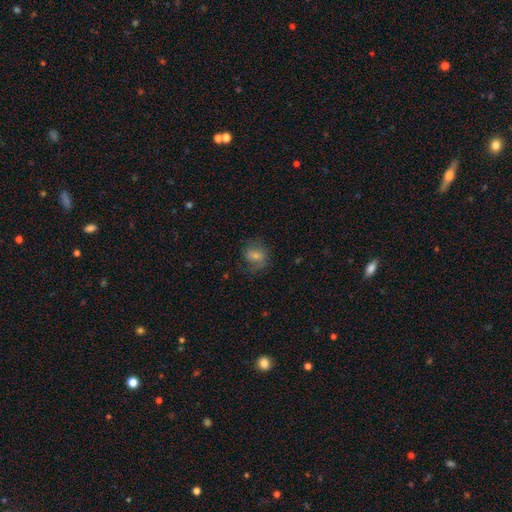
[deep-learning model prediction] Overall: smooth (64%; featured or disk 27%). How rounded: round (52%; in between 46%). Merging: none (64%).